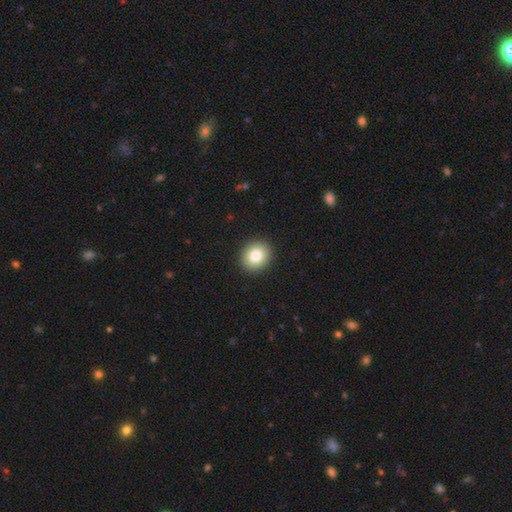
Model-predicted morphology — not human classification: Smooth or featured? smooth (82%)
How rounded? round (73%)
Merging? none (92%)